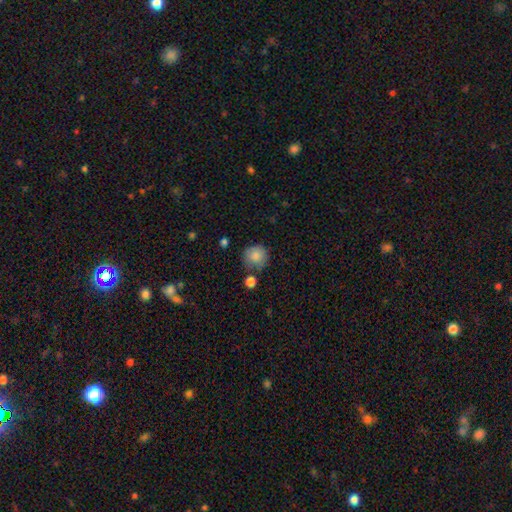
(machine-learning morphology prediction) smooth_or_featured: smooth (p=0.85) [alt: star or artifact p=0.08]
how_rounded: round (p=0.90) [alt: in between p=0.09]
merging: none (p=0.70) [alt: minor disturbance p=0.17]